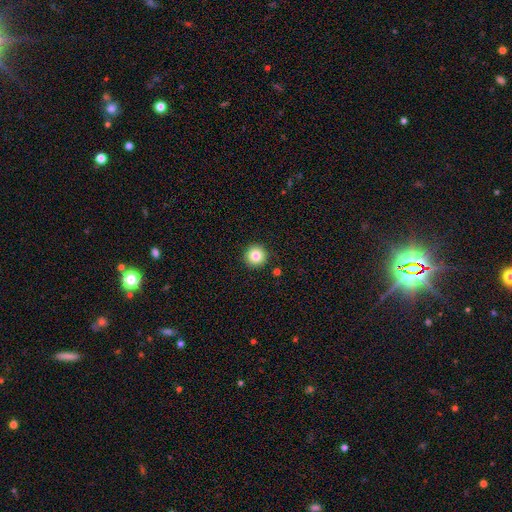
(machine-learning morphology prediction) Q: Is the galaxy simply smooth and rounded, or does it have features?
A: smooth — 84%.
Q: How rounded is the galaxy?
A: round — 96%.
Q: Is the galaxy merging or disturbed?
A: none — 92%.